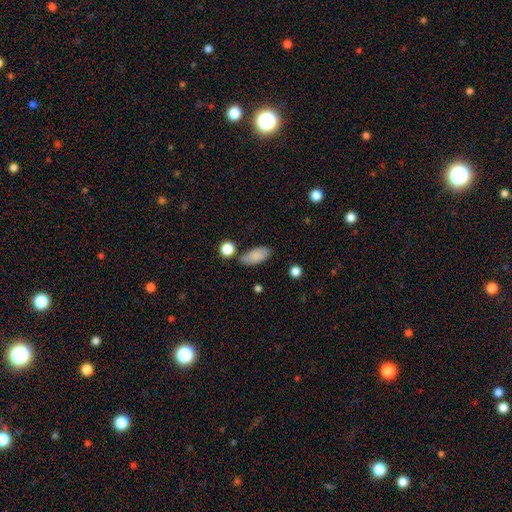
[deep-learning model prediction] Smooth or featured?
  - smooth: 84% *
  - featured or disk: 8%
  - star or artifact: 7%
How rounded?
  - in between: 90% *
  - cigar-shaped: 6%
  - round: 4%
Merging?
  - none: 71% *
  - minor disturbance: 16%
  - merger: 9%
  - major disturbance: 4%